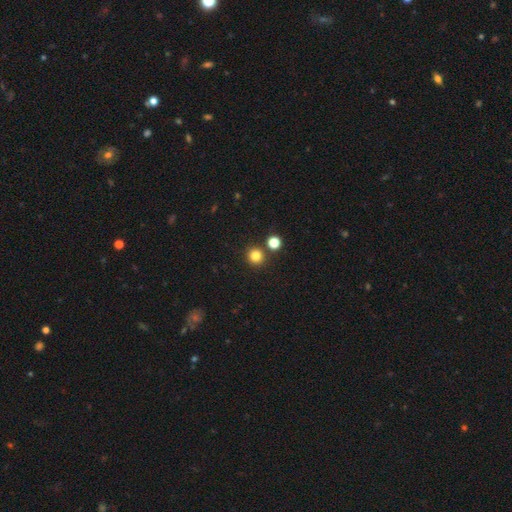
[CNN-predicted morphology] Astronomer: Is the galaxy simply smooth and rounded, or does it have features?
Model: smooth — 81%.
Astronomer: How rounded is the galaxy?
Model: round — 93%.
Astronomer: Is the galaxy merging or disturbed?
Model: none — 84%.